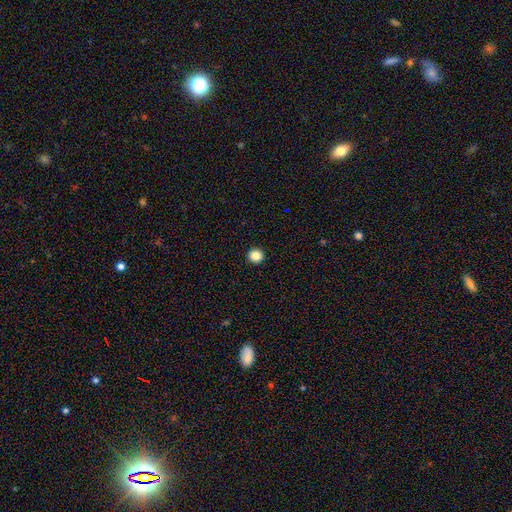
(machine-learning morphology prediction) Smooth or featured? Predicted: smooth (p=0.85). How rounded? Predicted: round (p=0.94). Merging? Predicted: none (p=0.94).